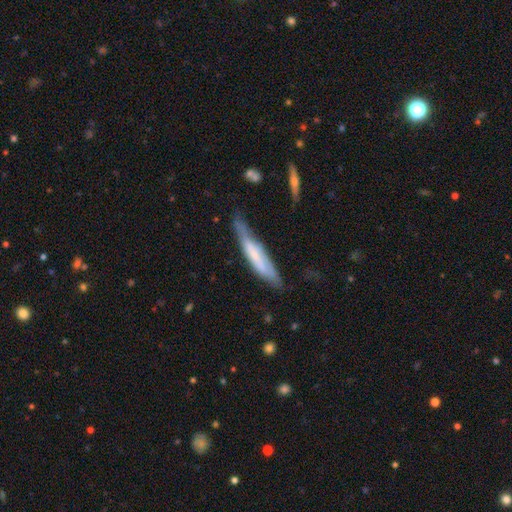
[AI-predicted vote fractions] The model was most divided on "smooth or featured": smooth: 51%, featured or disk: 42%, star or artifact: 7%. More confident: how rounded — cigar-shaped (85%); merging — none (54%).